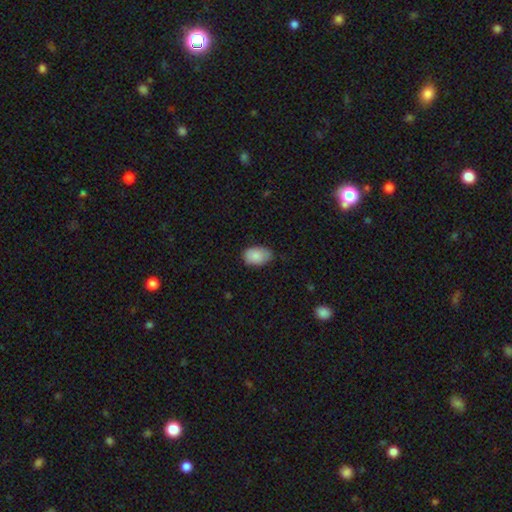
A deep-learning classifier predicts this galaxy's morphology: Q: Smooth or featured?
A: smooth (86%); runner-up: featured or disk (7%)
Q: How rounded?
A: in between (89%); runner-up: round (10%)
Q: Merging?
A: none (67%); runner-up: minor disturbance (28%)